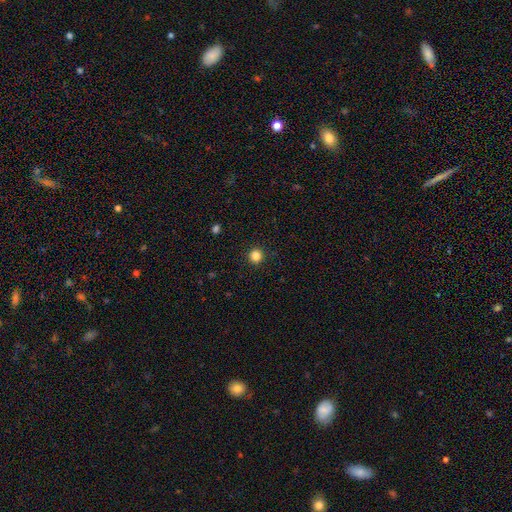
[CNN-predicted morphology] smooth-or-featured: smooth: 84% | star or artifact: 12% | featured or disk: 4%
  how-rounded: round: 94% | in between: 5% | cigar-shaped: 1%
  merging: none: 93% | minor disturbance: 5% | major disturbance: 2% | merger: 1%